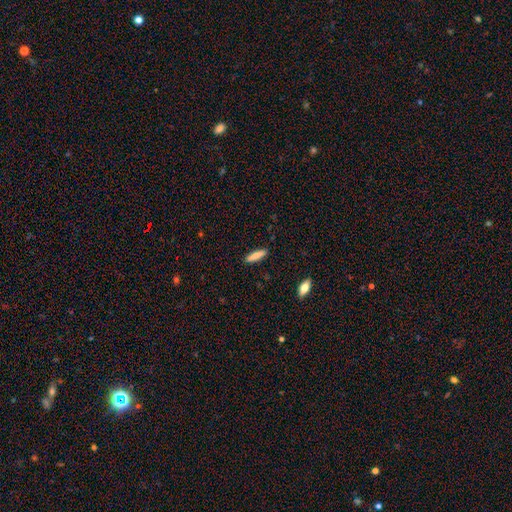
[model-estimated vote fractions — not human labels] A smooth galaxy with no disk features (79%) that is cigar-shaped (76%). Merging: none (89%).